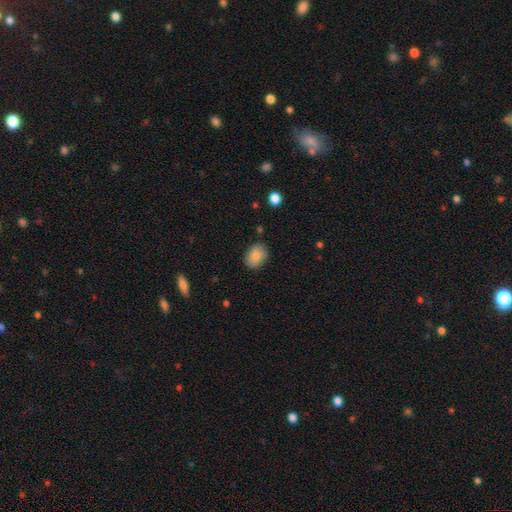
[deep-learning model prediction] This is clearly a smooth galaxy (81%). How rounded: likely in between (72%). Merging: clearly none (83%).